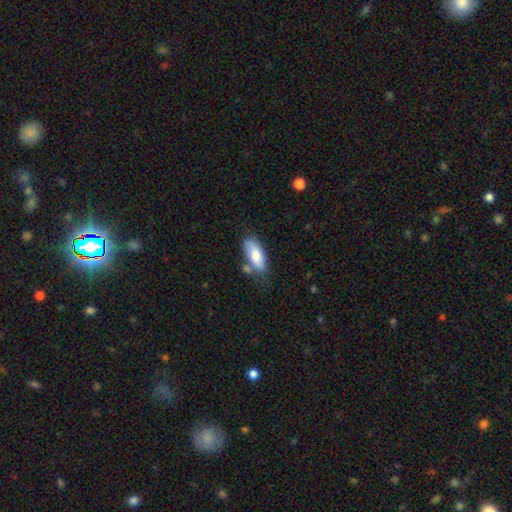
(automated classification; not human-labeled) Overall: smooth (70%). How rounded: in between (82%). Merging: none (59%; minor disturbance 23%).